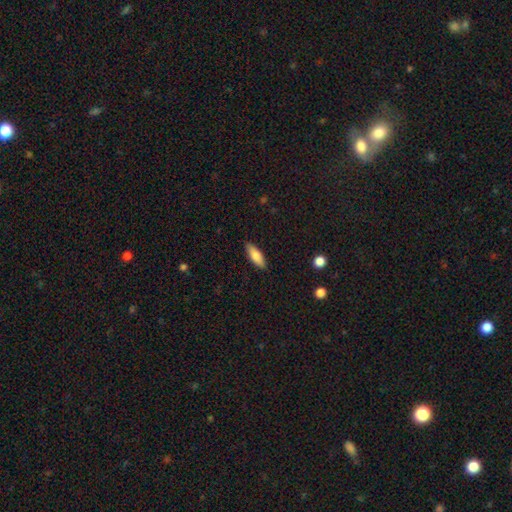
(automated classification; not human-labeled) Morphology: type=smooth (76%); roundness=in between (60%); merging=none (87%).